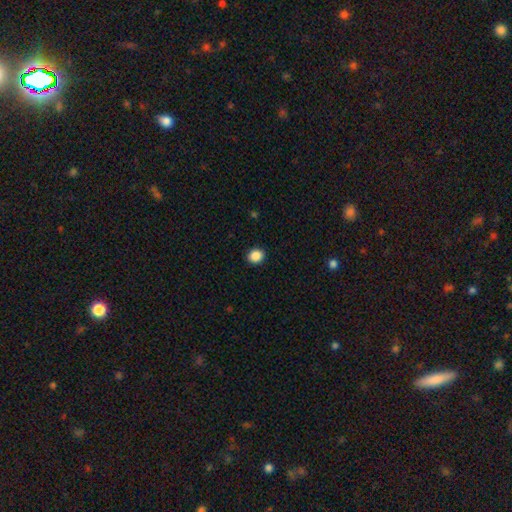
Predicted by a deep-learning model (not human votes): Overall: smooth (88%). How rounded: round (69%; in between 30%). Merging: none (91%).